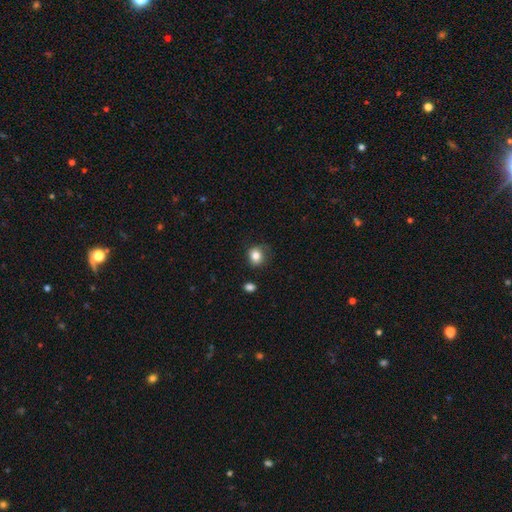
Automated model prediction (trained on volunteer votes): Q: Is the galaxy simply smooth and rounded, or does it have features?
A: smooth — 82%.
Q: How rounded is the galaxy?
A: round — 76%.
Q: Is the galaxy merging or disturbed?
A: none — 71%.